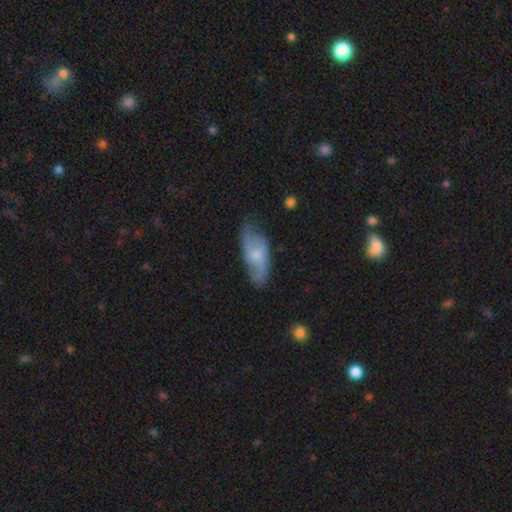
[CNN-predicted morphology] Smooth or featured? Predicted: featured or disk (p=0.53). Edge-on disk? Predicted: no (p=0.86). Merging? Predicted: none (p=0.60).